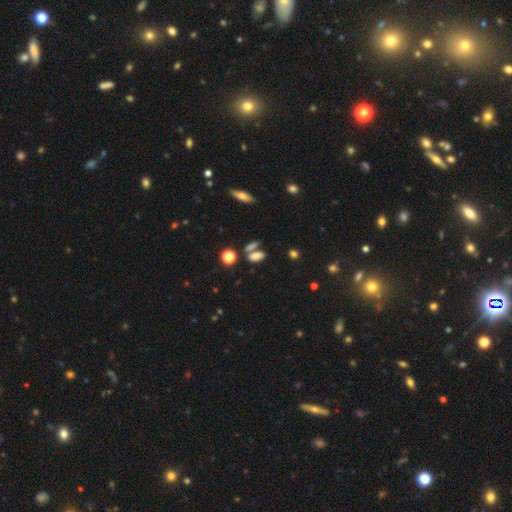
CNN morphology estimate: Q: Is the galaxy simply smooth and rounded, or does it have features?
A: smooth — 75%.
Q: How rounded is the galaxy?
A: in between — 76%.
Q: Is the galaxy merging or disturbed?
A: none — 53%.